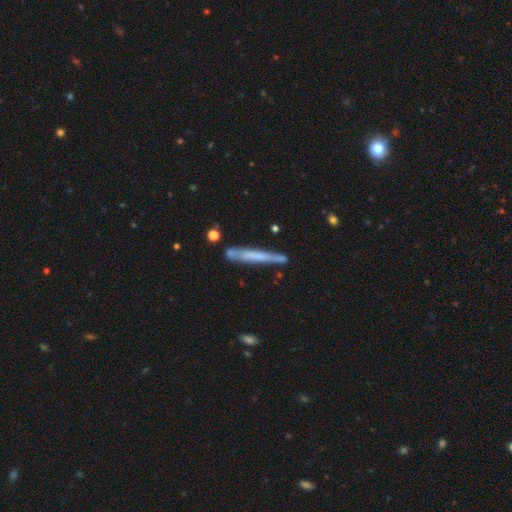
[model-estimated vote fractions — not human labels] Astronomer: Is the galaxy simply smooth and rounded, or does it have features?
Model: smooth — 47% (runner-up: featured or disk, 46%).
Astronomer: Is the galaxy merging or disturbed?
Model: none — 73%.